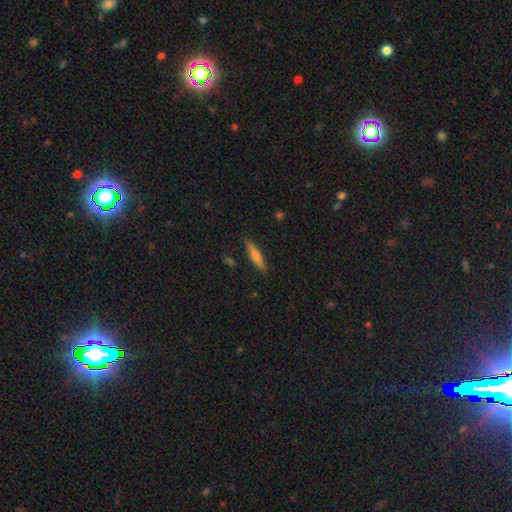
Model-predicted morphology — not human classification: smooth_or_featured: smooth (p=0.59) [alt: featured or disk p=0.35]
how_rounded: cigar-shaped (p=0.86) [alt: in between p=0.13]
merging: none (p=0.87) [alt: minor disturbance p=0.10]